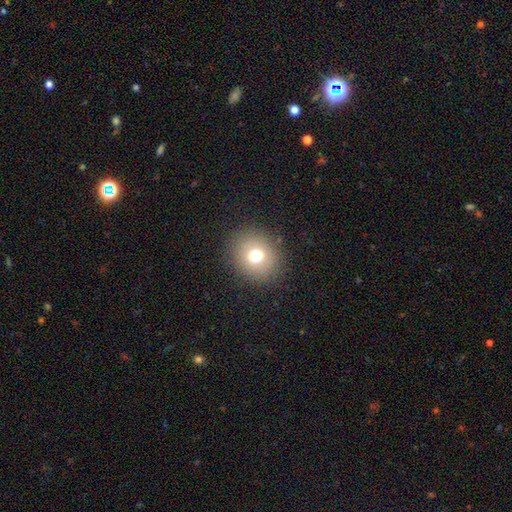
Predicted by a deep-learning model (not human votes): smooth 72%, star or artifact 15%, featured or disk 14%. Down the decision tree: how rounded — round (81%); merging — none (87%).